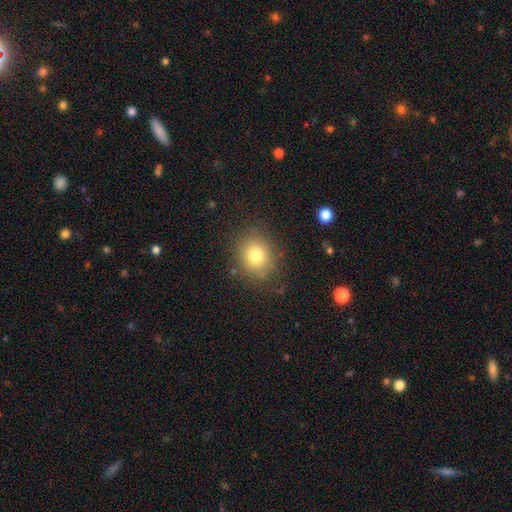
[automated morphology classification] A smooth galaxy with no disk features (79%) that is round (69%). Merging: none (82%).